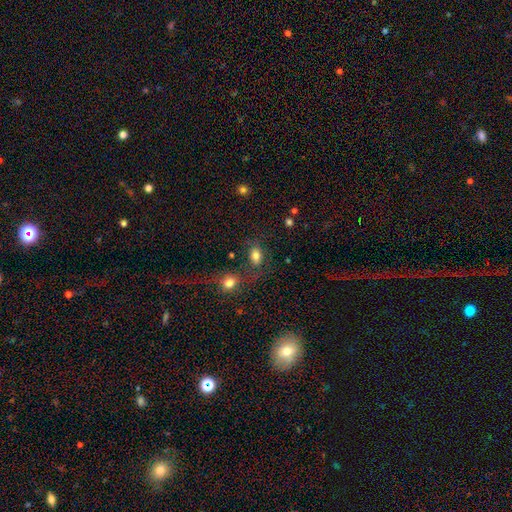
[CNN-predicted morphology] Q: Smooth or featured?
A: smooth (80%); runner-up: star or artifact (11%)
Q: How rounded?
A: in between (76%); runner-up: round (22%)
Q: Merging?
A: none (57%); runner-up: merger (21%)